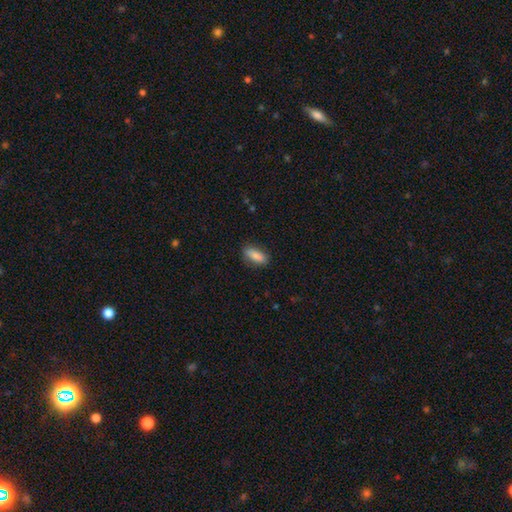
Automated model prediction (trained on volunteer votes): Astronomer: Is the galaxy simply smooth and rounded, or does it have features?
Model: smooth — 82%.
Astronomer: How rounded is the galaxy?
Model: in between — 76%.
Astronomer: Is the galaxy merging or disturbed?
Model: none — 83%.